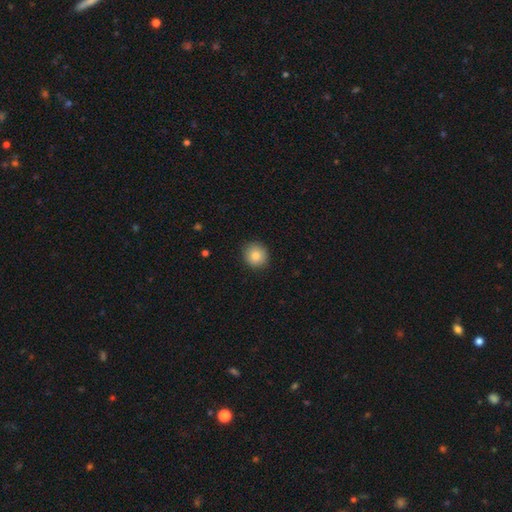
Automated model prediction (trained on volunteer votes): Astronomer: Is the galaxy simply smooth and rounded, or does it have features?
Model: smooth — 83%.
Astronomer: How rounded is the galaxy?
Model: round — 89%.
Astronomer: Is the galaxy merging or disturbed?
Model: none — 89%.